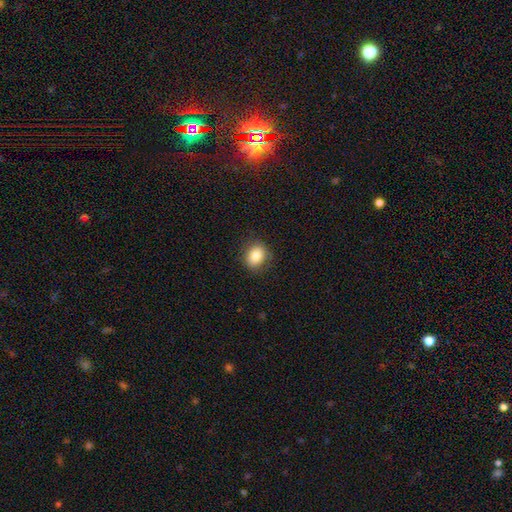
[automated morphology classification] Smooth or featured? Predicted: smooth (p=0.82). How rounded? Predicted: round (p=0.58). Merging? Predicted: none (p=0.83).